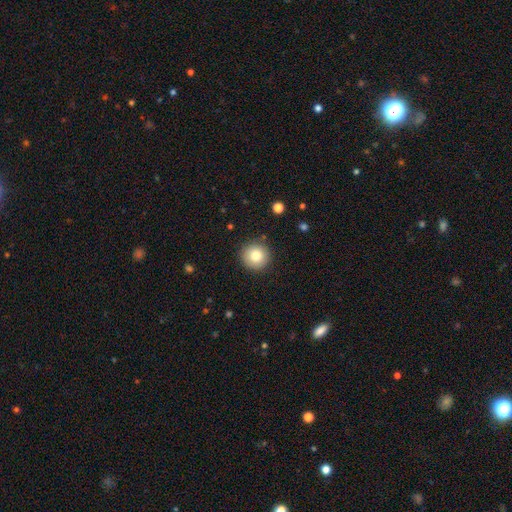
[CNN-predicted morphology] smooth 81%, star or artifact 10%, featured or disk 9%. Down the decision tree: how rounded — round (95%); merging — none (89%).